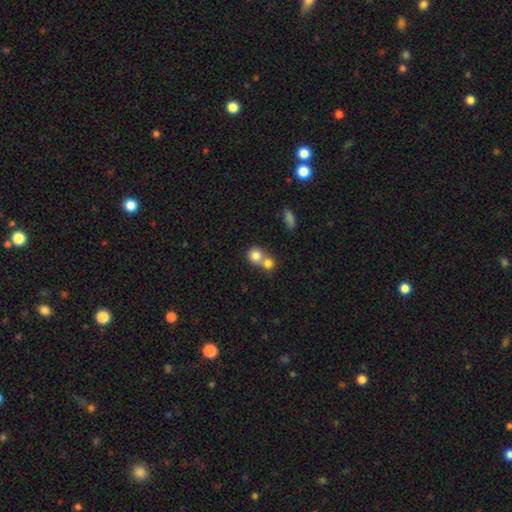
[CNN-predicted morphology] Smooth or featured?
  - smooth: 80% *
  - featured or disk: 11%
  - star or artifact: 9%
How rounded?
  - round: 83% *
  - in between: 16%
  - cigar-shaped: 1%
Merging?
  - merger: 58% *
  - none: 34%
  - minor disturbance: 5%
  - major disturbance: 3%